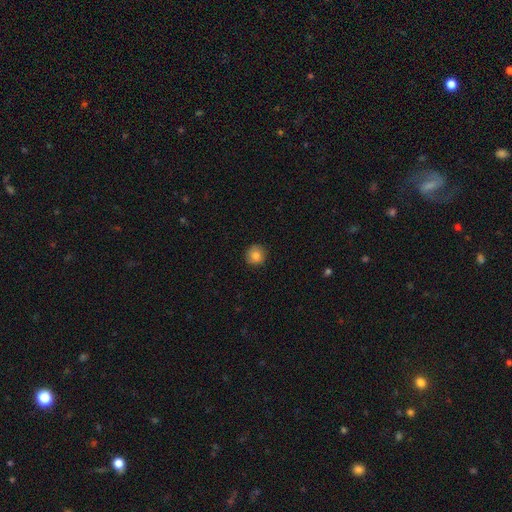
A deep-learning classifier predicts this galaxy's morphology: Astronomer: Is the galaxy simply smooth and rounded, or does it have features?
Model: smooth — 83%.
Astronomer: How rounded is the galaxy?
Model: round — 94%.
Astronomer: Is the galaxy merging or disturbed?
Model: none — 90%.